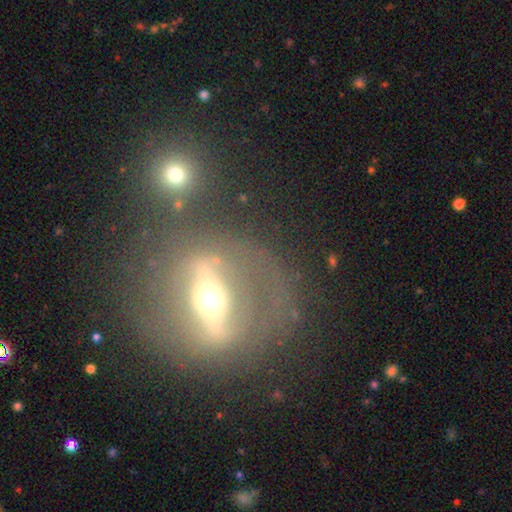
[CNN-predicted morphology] The model was most divided on "bulge size": moderate: 59%, small: 30%, large: 8%, dominant: 2%, none: 1%. More confident: smooth or featured — featured or disk (76%); bar — strong (71%); spiral arms — no (70%); edge-on disk — no (68%); merging — none (63%).